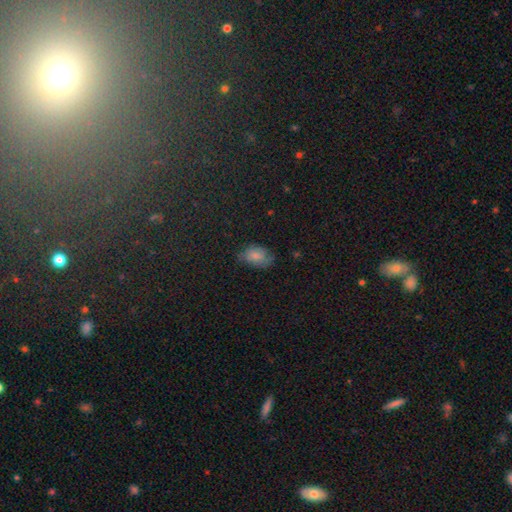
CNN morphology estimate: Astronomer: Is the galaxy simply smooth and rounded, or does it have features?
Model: smooth — 73%.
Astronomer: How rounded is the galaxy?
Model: in between — 81%.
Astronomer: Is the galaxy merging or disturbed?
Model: none — 57%.